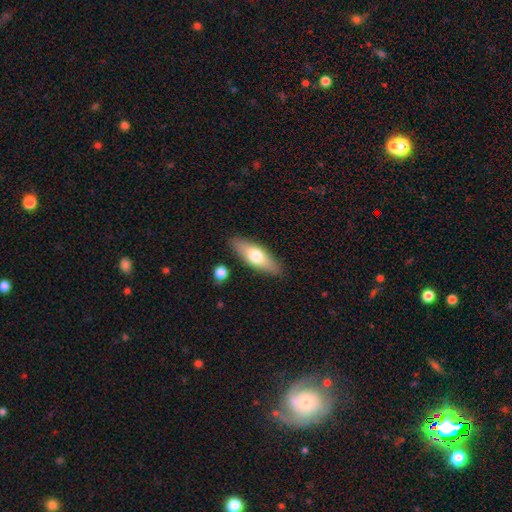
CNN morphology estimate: smooth_or_featured: smooth (p=0.62) [alt: featured or disk p=0.33]
how_rounded: in between (p=0.53) [alt: cigar-shaped p=0.44]
merging: none (p=0.87) [alt: minor disturbance p=0.09]